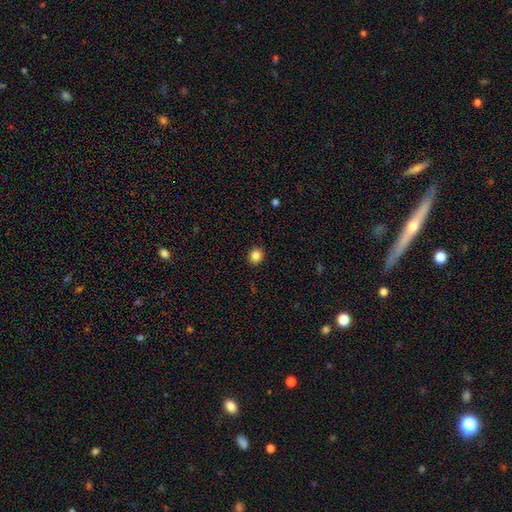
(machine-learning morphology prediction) This appears to be a smooth galaxy with no disk features (85%) that is round (81%). Merging: none (92%).